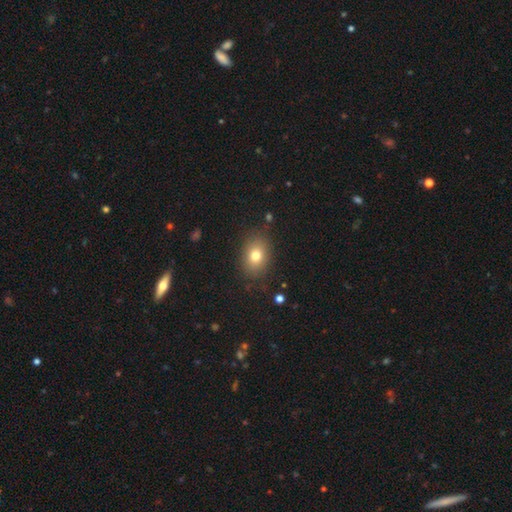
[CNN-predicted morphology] Smooth or featured? Predicted: smooth (p=0.78). How rounded? Predicted: in between (p=0.68). Merging? Predicted: none (p=0.84).